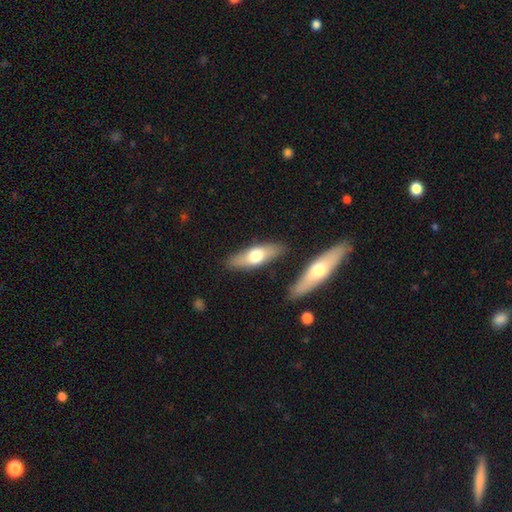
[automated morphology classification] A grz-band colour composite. It shows a smooth galaxy with no disk features (57%) that is in between round and cigar-shaped (52%). Merging: none (82%).